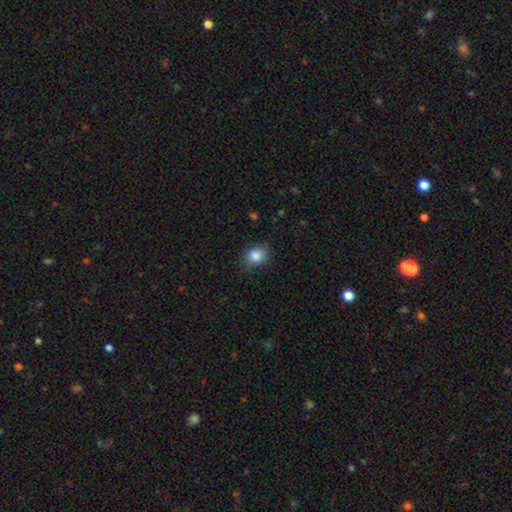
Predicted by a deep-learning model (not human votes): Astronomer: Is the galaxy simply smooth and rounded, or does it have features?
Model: smooth — 86%.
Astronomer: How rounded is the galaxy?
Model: round — 51% (runner-up: in between, 48%).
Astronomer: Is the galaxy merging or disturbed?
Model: none — 82%.